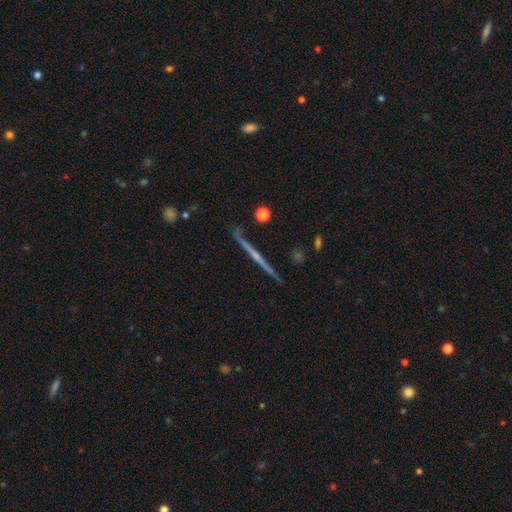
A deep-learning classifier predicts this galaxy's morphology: Smooth or featured? Predicted: featured or disk (p=0.80). Edge-on disk? Predicted: yes (p=0.98). Edge-on bulge? Predicted: rounded (p=0.48). Merging? Predicted: none (p=0.88).